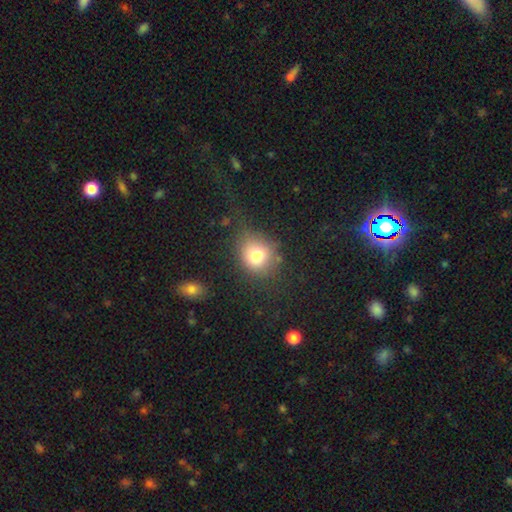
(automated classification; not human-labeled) A smooth galaxy with no disk features (78%) that is round (66%). Merging: none (63%).